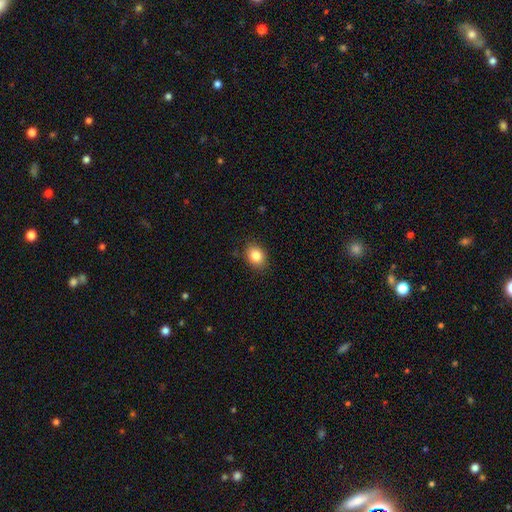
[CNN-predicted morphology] Smooth or featured? Predicted: smooth (p=0.85). How rounded? Predicted: in between (p=0.54). Merging? Predicted: none (p=0.87).